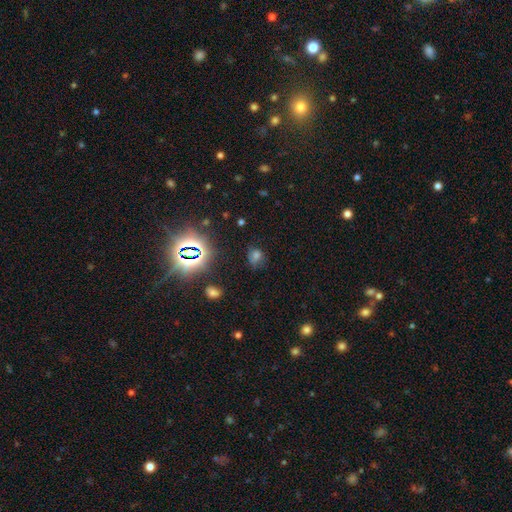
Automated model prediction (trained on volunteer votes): A star or artifact, not a galaxy (49%).

Vote fractions:
- Smooth or featured? star or artifact: 49% / smooth: 41% / featured or disk: 10%